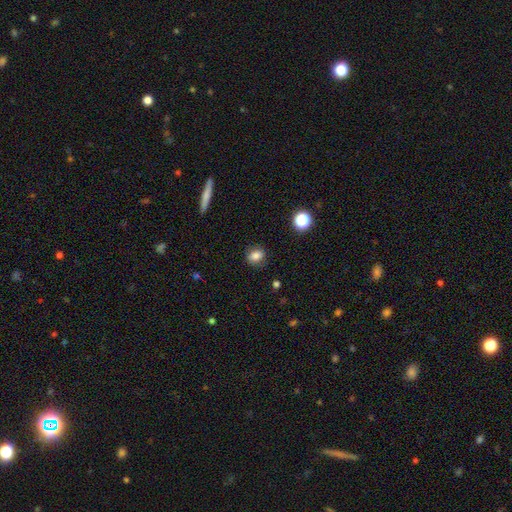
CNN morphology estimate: Smooth or featured: smooth — 81% (star or artifact — 11%)
How rounded: round — 52% (in between — 46%)
Merging: none — 83% (minor disturbance — 12%)